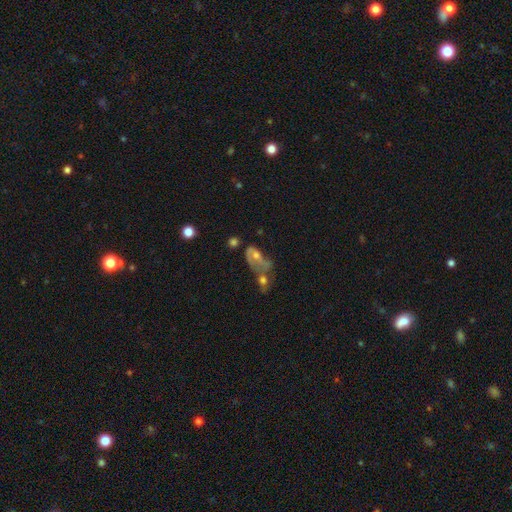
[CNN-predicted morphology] The model was most divided on "merging": merger: 42%, major disturbance: 24%, none: 20%, minor disturbance: 14%. More confident: edge-on disk — no (92%); smooth or featured — featured or disk (54%).